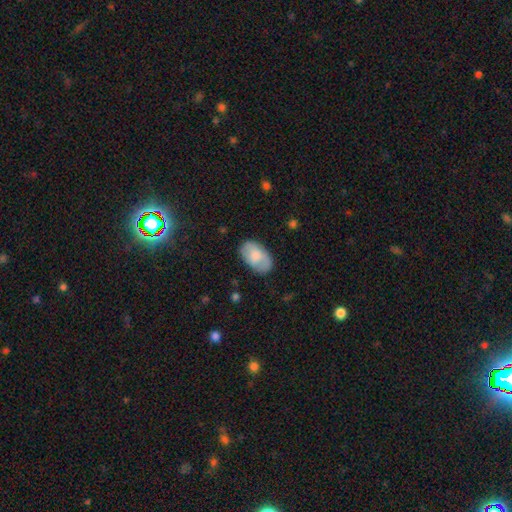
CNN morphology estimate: This is likely a smooth galaxy (72%). How rounded: clearly in between (93%). Merging: likely none (76%).